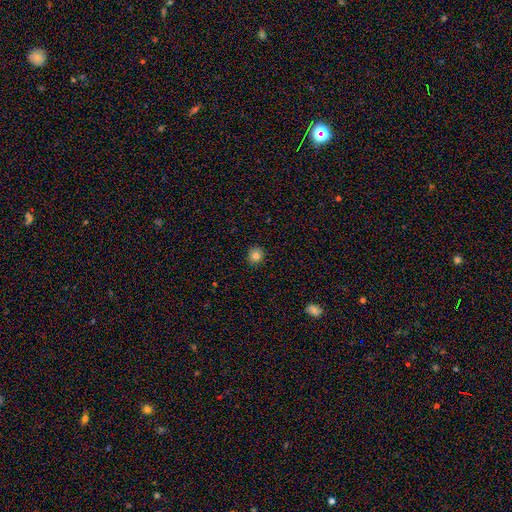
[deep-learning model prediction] Smooth or featured?
  - smooth: 84% *
  - star or artifact: 12%
  - featured or disk: 5%
How rounded?
  - round: 89% *
  - in between: 10%
  - cigar-shaped: 1%
Merging?
  - none: 91% *
  - minor disturbance: 6%
  - major disturbance: 2%
  - merger: 1%